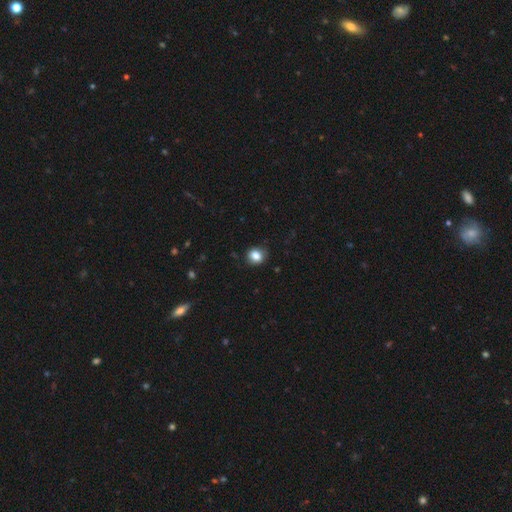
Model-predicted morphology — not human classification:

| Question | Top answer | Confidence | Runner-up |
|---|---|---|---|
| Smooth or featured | smooth | 84% | star or artifact (10%) |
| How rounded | round | 70% | in between (29%) |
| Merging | none | 82% | minor disturbance (14%) |